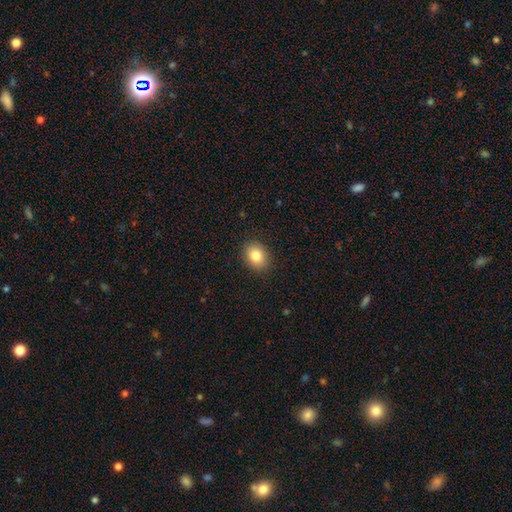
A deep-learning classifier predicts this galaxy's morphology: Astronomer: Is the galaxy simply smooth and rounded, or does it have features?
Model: smooth — 83%.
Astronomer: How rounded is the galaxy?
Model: round — 50%, tied with in between at 50%.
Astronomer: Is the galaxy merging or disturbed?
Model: none — 89%.